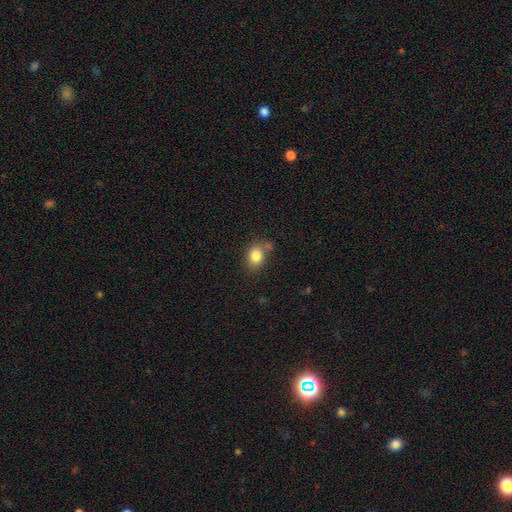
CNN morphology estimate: Smooth or featured? Predicted: smooth (p=0.83). How rounded? Predicted: in between (p=0.60). Merging? Predicted: none (p=0.65).